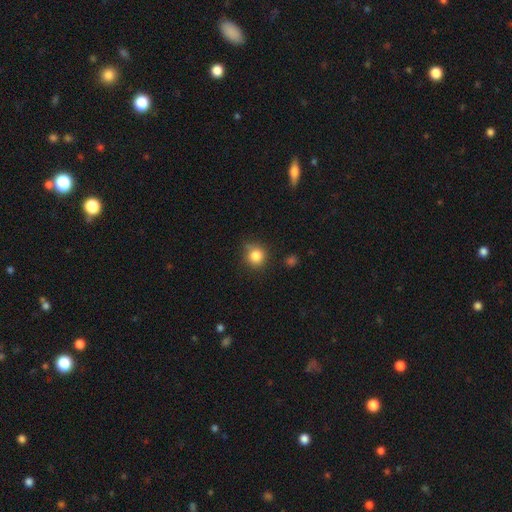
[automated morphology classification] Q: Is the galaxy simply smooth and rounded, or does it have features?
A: smooth — 84%.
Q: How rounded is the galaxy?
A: round — 90%.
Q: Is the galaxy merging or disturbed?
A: none — 75%.